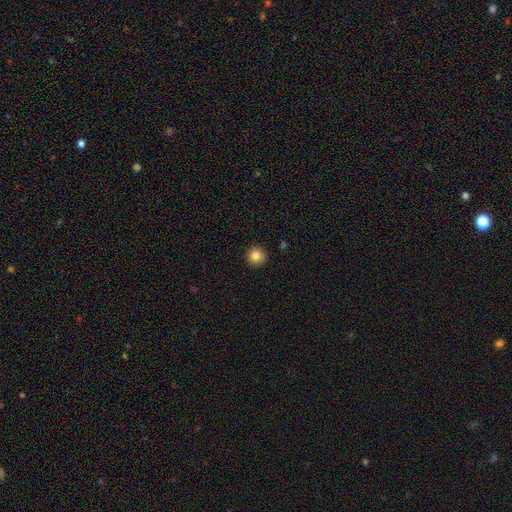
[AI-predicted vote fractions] The model was most divided on "smooth or featured": smooth: 83%, star or artifact: 10%, featured or disk: 7%. More confident: how rounded — round (95%); merging — none (92%).